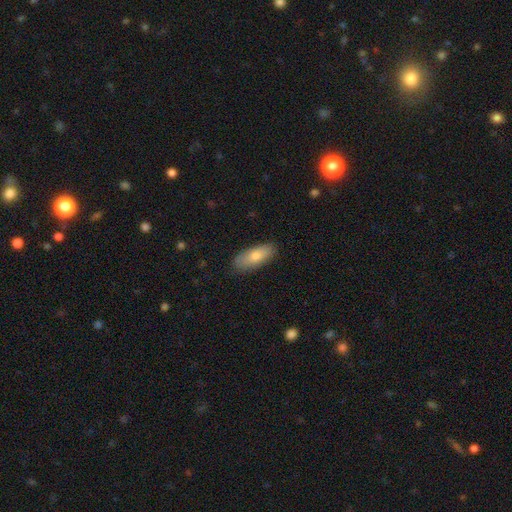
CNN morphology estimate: This appears to be a smooth galaxy with no disk features (76%) that is in between round and cigar-shaped (77%). Merging: none (85%).